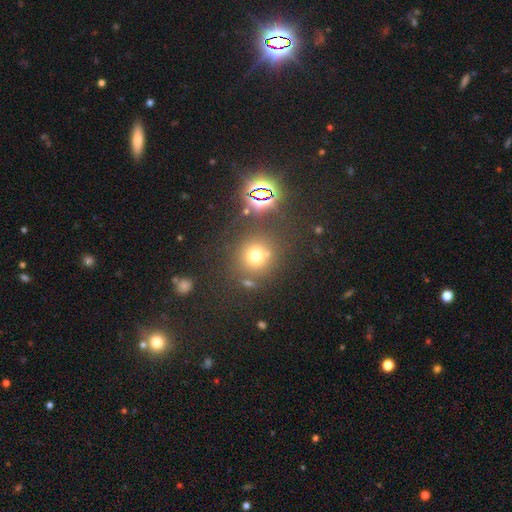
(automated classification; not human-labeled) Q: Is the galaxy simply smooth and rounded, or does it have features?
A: smooth — 67%.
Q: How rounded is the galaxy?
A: round — 91%.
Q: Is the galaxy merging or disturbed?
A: none — 74%.